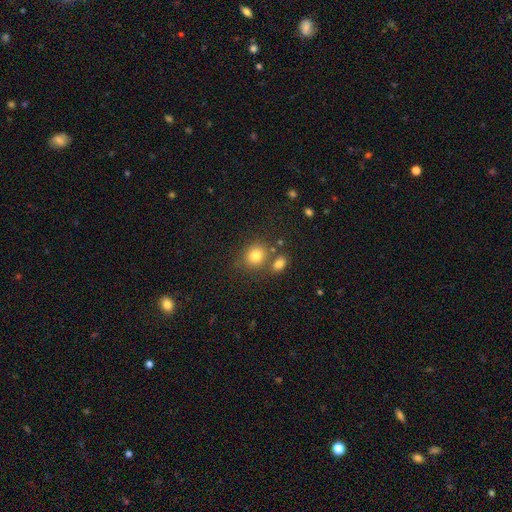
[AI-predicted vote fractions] This appears to be a smooth galaxy with no disk features (81%) that is round (72%). Merging: none (66%).